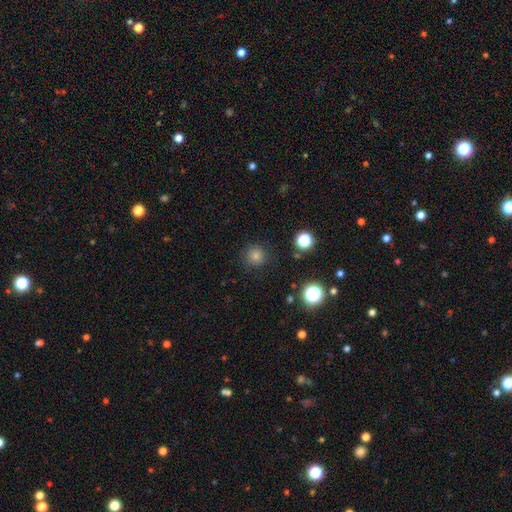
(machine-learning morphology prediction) smooth_or_featured: smooth (p=0.76) [alt: star or artifact p=0.19]
how_rounded: round (p=0.95) [alt: in between p=0.04]
merging: none (p=0.88) [alt: minor disturbance p=0.08]